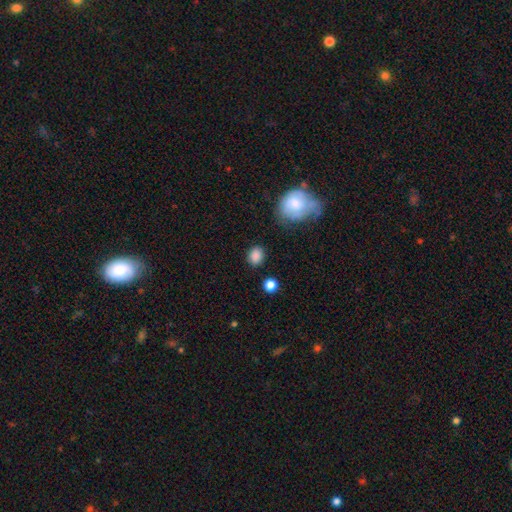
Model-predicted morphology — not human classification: Smooth or featured?
  - smooth: 86% *
  - star or artifact: 9%
  - featured or disk: 5%
How rounded?
  - in between: 51% *
  - round: 48%
  - cigar-shaped: 1%
Merging?
  - none: 81% *
  - minor disturbance: 12%
  - major disturbance: 4%
  - merger: 3%